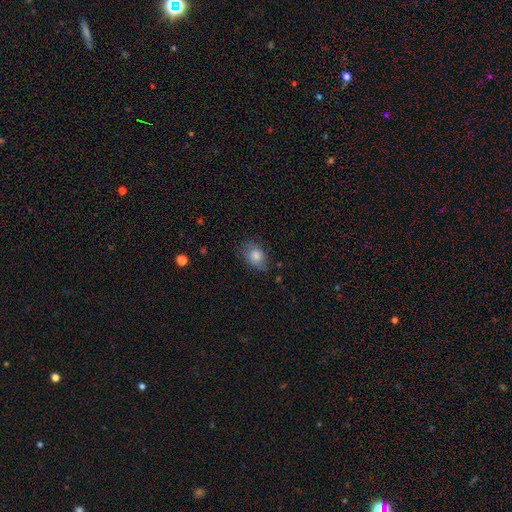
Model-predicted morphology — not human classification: A smooth galaxy with no disk features (73%) that is in between round and cigar-shaped (69%).

Vote fractions:
- Smooth or featured? smooth: 73% / featured or disk: 17% / star or artifact: 10%
- How rounded? in between: 69% / round: 30% / cigar-shaped: 1%
- Merging? none: 65% / minor disturbance: 27% / major disturbance: 7% / merger: 2%